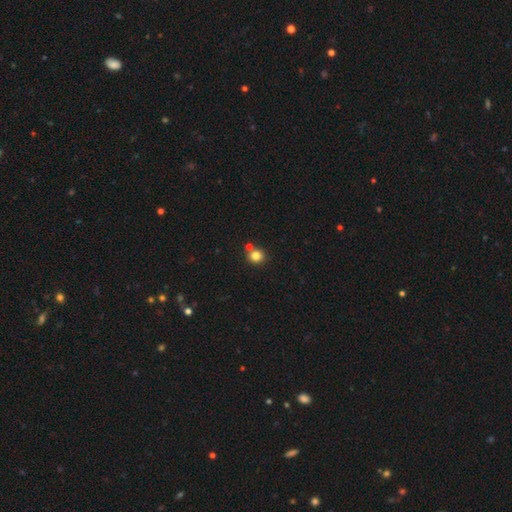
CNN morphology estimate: A smooth galaxy with no disk features (82%) that is round (86%). Merging: none (70%).